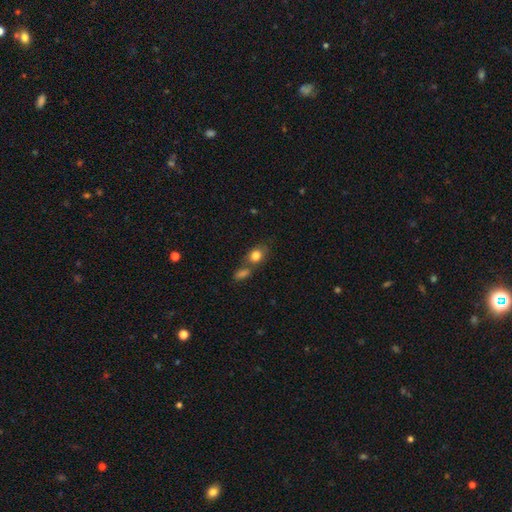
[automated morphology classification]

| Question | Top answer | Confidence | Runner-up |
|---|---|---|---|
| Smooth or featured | smooth | 81% | featured or disk (10%) |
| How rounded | in between | 63% | round (34%) |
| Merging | none | 45% | merger (36%) |